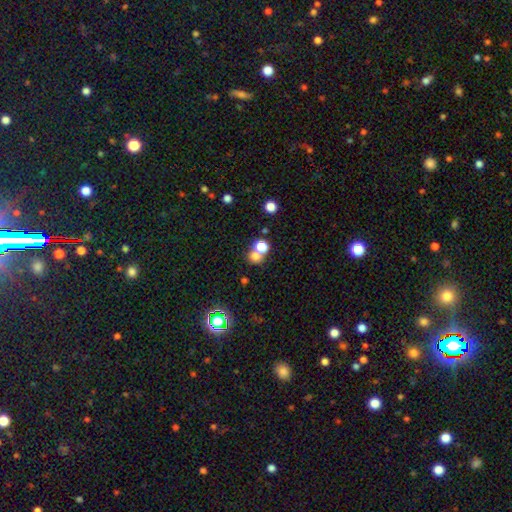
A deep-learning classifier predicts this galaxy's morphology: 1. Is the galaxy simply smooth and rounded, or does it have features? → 71% smooth, 19% star or artifact, 10% featured or disk.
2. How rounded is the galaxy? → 78% round, 21% in between, 1% cigar-shaped.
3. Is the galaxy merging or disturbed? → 47% none, 43% merger, 6% minor disturbance, 3% major disturbance.